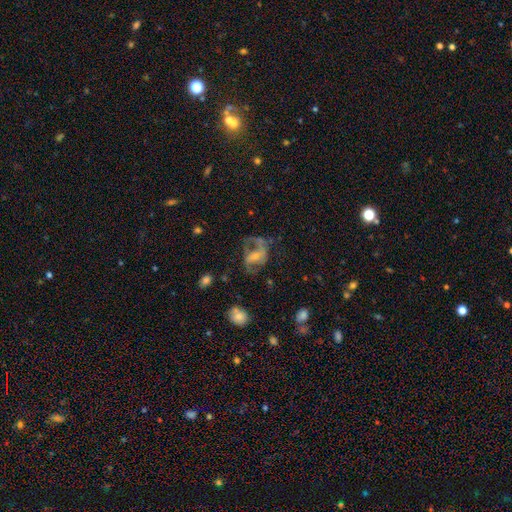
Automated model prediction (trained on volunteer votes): The model was most divided on "bar": no: 41%, weak: 37%, strong: 22%. Remaining: edge-on disk — no (96%); spiral arms — yes (67%); smooth or featured — featured or disk (65%); bulge size — small (46%); merging — major disturbance (42%).